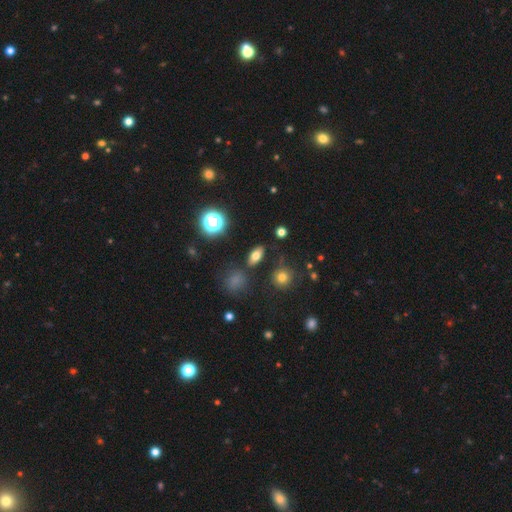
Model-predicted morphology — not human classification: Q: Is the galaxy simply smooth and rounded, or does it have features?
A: smooth — 69%.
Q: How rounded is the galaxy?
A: in between — 78%.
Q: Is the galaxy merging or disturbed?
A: none — 83%.